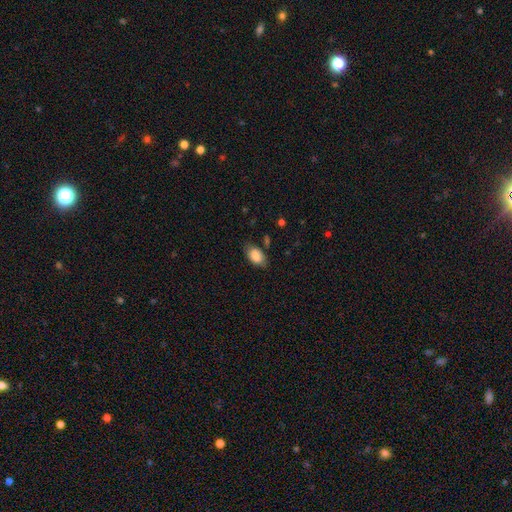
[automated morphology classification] Overall: smooth (84%). How rounded: in between (91%). Merging: none (70%).